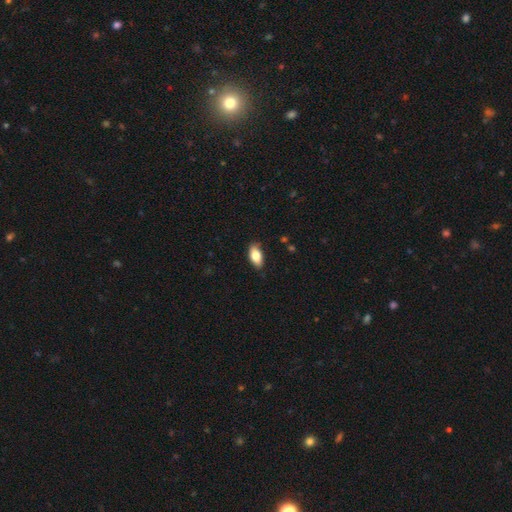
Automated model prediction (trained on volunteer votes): smooth_or_featured: smooth (p=0.81) [alt: featured or disk p=0.12]
how_rounded: in between (p=0.91) [alt: cigar-shaped p=0.06]
merging: none (p=0.85) [alt: minor disturbance p=0.11]